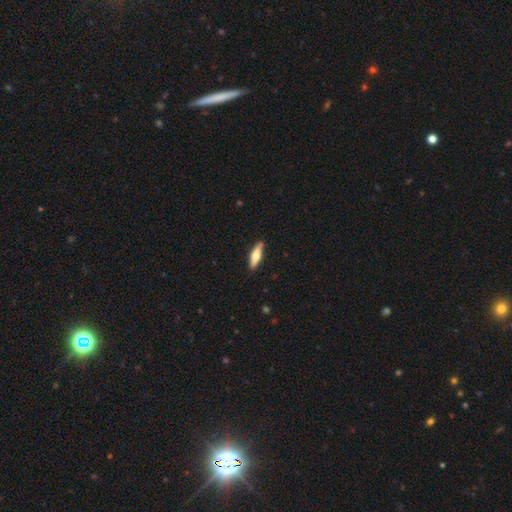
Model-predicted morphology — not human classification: type=smooth (54%); roundness=cigar-shaped (65%); merging=none (86%).